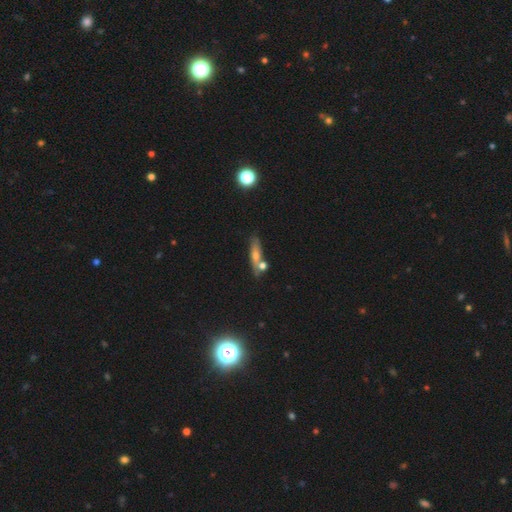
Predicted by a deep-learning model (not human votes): Morphology: type=smooth (48%); merging=none (61%).